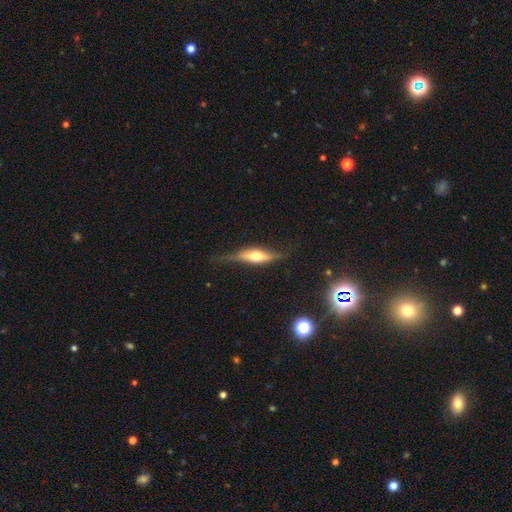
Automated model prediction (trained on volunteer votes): A featured or disk galaxy (61%) viewed edge-on (87%) with a rounded central bulge (88%).

Vote fractions:
- Smooth or featured? featured or disk: 61% / smooth: 32% / star or artifact: 6%
- Edge-on disk? yes: 87% / no: 13%
- Edge-on bulge? rounded: 88% / boxy: 8% / none: 4%
- Merging? none: 65% / minor disturbance: 24% / major disturbance: 10% / merger: 2%